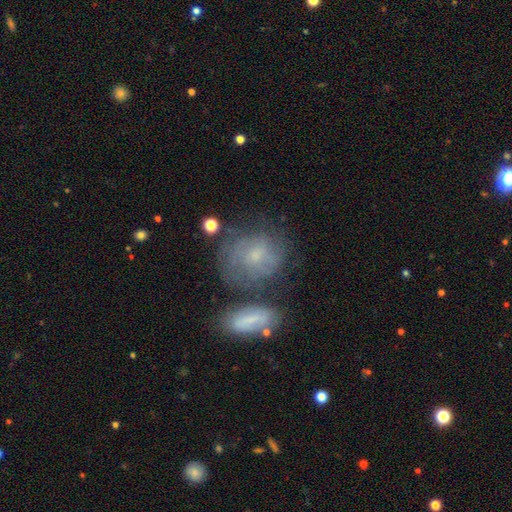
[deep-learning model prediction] Morphology: type=featured or disk (49%); merging=none (54%).